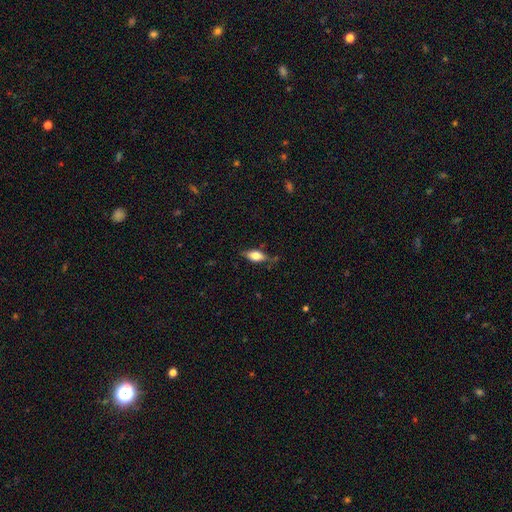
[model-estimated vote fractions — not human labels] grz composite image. It shows a smooth galaxy with no disk features (66%) that is in between round and cigar-shaped (82%). Merging: none (69%).